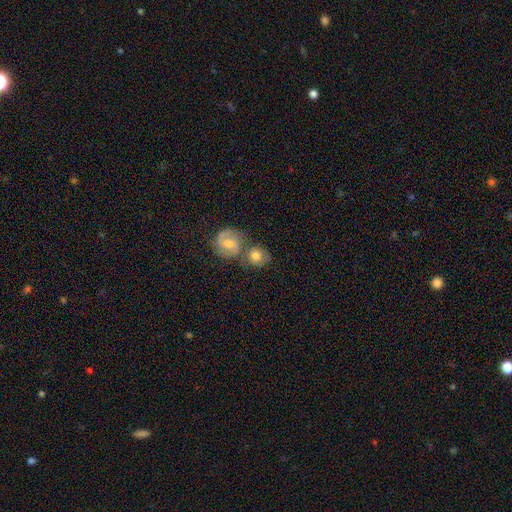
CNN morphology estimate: smooth-or-featured: smooth: 60% | featured or disk: 32% | star or artifact: 8%
  how-rounded: round: 80% | in between: 19% | cigar-shaped: 1%
  merging: none: 48% | merger: 38% | minor disturbance: 11% | major disturbance: 4%